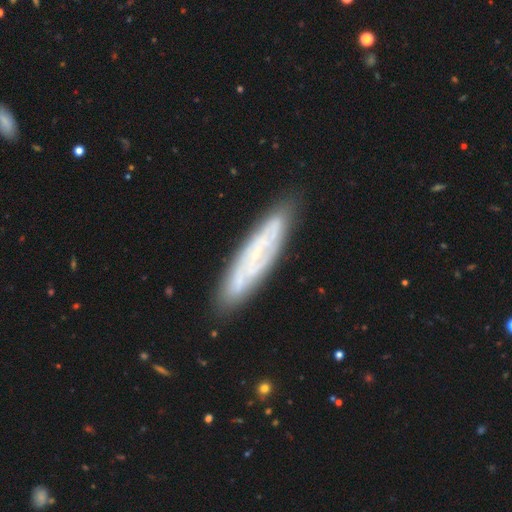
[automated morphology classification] Q: Smooth or featured?
A: featured or disk (69%); runner-up: smooth (24%)
Q: Edge-on disk?
A: no (66%); runner-up: yes (34%)
Q: Merging?
A: none (83%); runner-up: minor disturbance (12%)